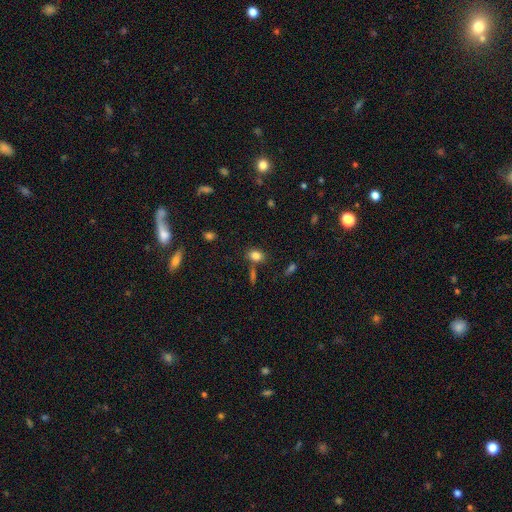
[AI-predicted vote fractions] A smooth galaxy with no disk features (81%) that is in between round and cigar-shaped (72%). Merging: none (72%).